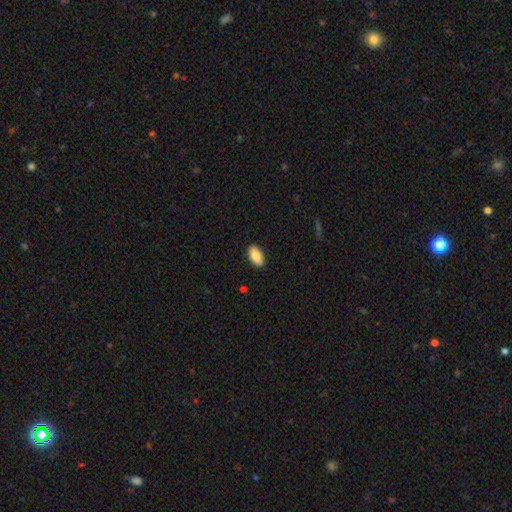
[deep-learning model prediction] A smooth galaxy with no disk features (85%) that is in between round and cigar-shaped (94%). Merging: none (90%).